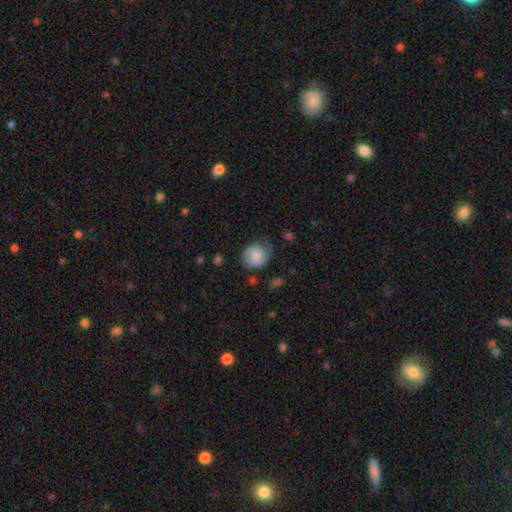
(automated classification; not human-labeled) Morphology: type=smooth (67%); roundness=round (72%); merging=none (56%).